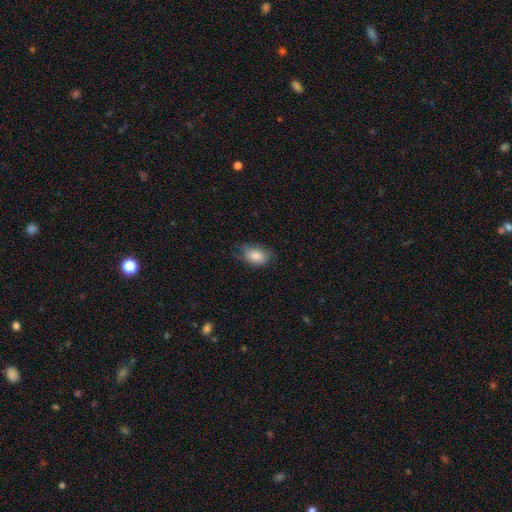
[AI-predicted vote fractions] Smooth or featured: smooth — 82% (featured or disk — 11%)
How rounded: in between — 86% (round — 12%)
Merging: none — 63% (minor disturbance — 27%)